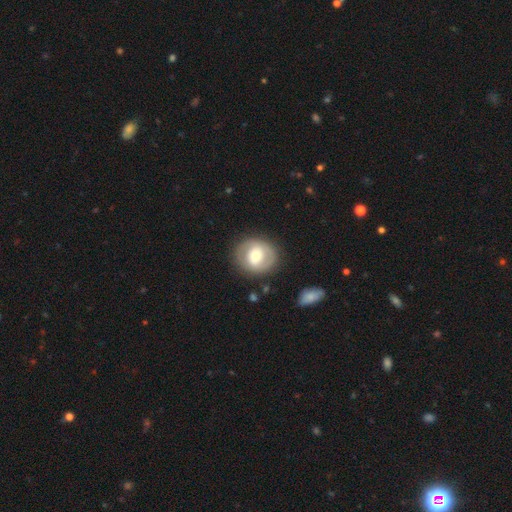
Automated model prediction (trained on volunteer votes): smooth_or_featured: smooth (p=0.47) [tied with: featured or disk p=0.47]
merging: none (p=0.82) [alt: minor disturbance p=0.11]